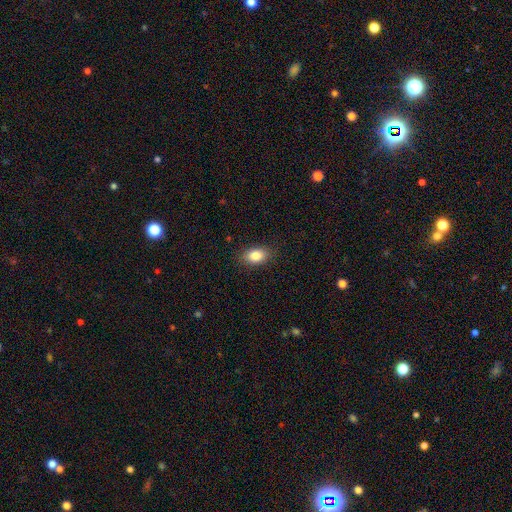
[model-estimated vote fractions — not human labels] smooth_or_featured: smooth (p=0.84) [alt: star or artifact p=0.09]
how_rounded: in between (p=0.83) [alt: round p=0.15]
merging: none (p=0.86) [alt: minor disturbance p=0.10]